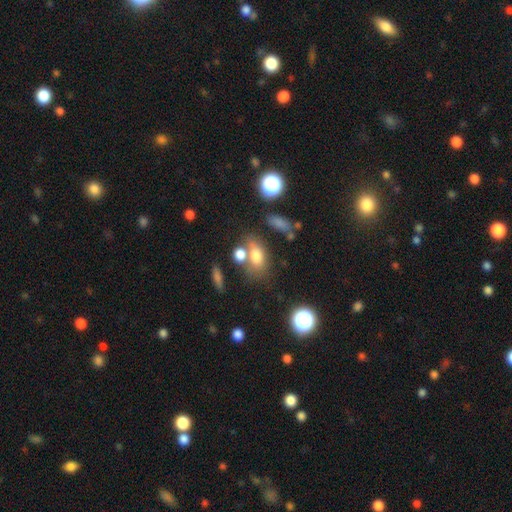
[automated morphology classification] smooth_or_featured: smooth (p=0.72) [alt: featured or disk p=0.14]
how_rounded: in between (p=0.74) [alt: round p=0.22]
merging: none (p=0.45) [alt: merger p=0.32]